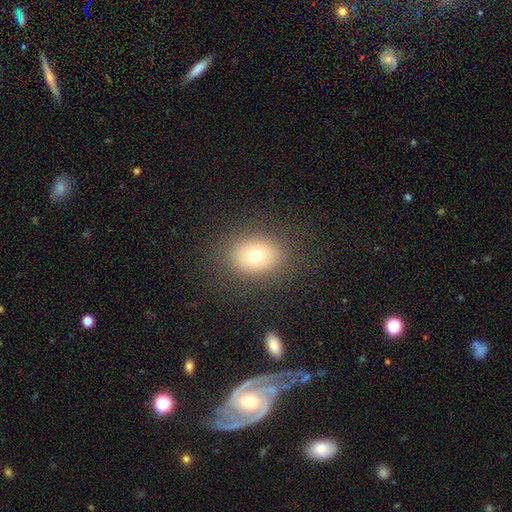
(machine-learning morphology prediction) Overall: smooth (71%). How rounded: in between (57%; round 42%). Merging: none (83%).